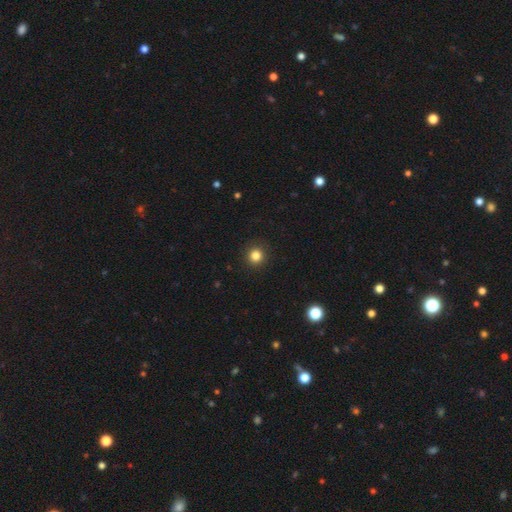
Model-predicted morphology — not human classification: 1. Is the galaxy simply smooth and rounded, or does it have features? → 83% smooth, 12% star or artifact, 4% featured or disk.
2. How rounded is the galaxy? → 94% round, 5% in between, 1% cigar-shaped.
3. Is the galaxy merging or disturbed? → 92% none, 5% minor disturbance, 2% major disturbance, 1% merger.